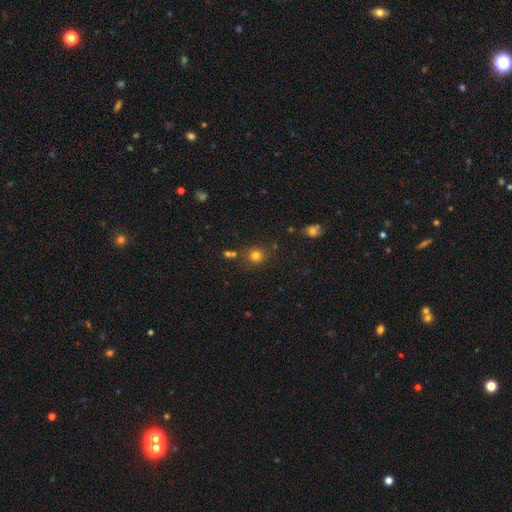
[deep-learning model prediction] Smooth or featured? smooth (78%)
How rounded? round (88%)
Merging? none (81%)